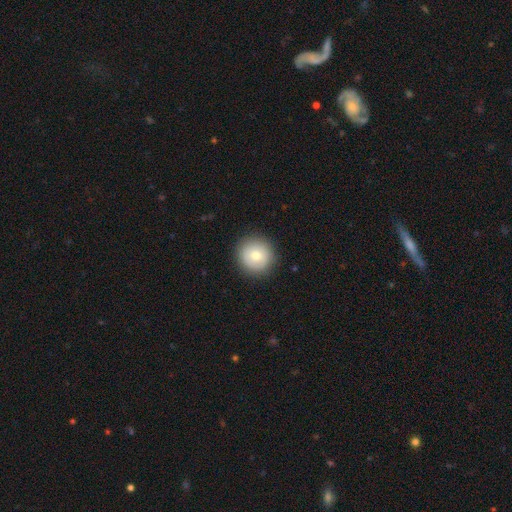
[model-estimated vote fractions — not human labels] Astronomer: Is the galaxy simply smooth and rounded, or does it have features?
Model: smooth — 75%.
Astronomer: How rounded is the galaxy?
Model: round — 93%.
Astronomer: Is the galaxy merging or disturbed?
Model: none — 89%.